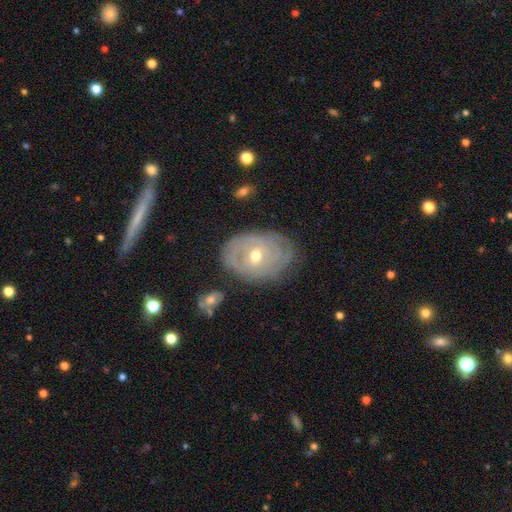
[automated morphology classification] Smooth or featured? Predicted: featured or disk (p=0.76). Edge-on disk? Predicted: no (p=0.94). Bar? Predicted: no (p=0.69). Spiral arms? Predicted: yes (p=0.79). Spiral winding? Predicted: tight (p=0.76). Spiral arm count? Predicted: can't tell (p=0.52). Bulge size? Predicted: moderate (p=0.63). Merging? Predicted: none (p=0.73).